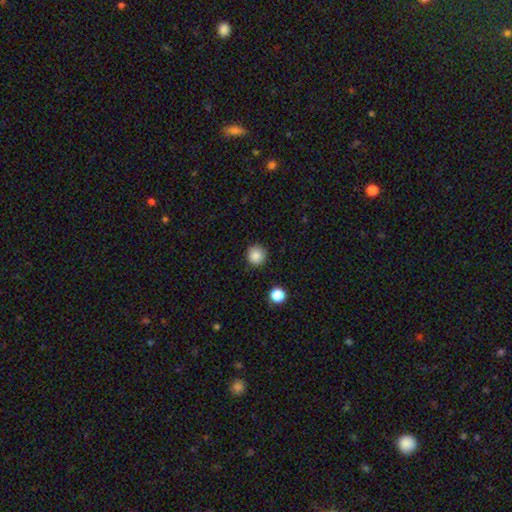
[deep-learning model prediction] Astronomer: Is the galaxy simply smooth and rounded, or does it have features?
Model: smooth — 86%.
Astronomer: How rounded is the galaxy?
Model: round — 94%.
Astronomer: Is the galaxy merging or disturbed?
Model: none — 90%.